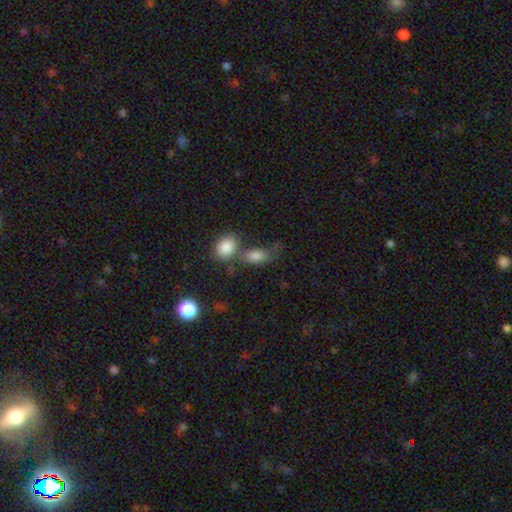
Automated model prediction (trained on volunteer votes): The model was most divided on "merging": none: 38%, merger: 37%, minor disturbance: 16%, major disturbance: 9%. More confident: how rounded — in between (87%); smooth or featured — smooth (82%).